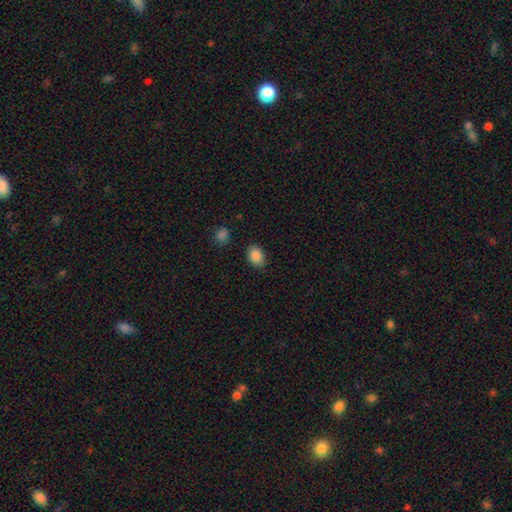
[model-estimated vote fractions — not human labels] smooth_or_featured: smooth (p=0.88) [alt: star or artifact p=0.08]
how_rounded: in between (p=0.80) [alt: round p=0.19]
merging: none (p=0.84) [alt: minor disturbance p=0.11]